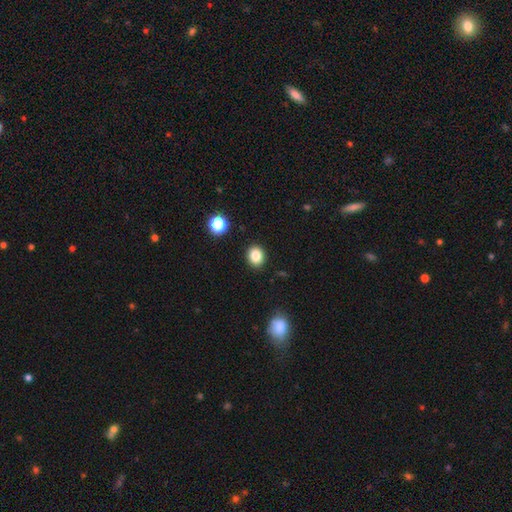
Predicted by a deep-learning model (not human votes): smooth_or_featured: smooth (p=0.84) [alt: star or artifact p=0.11]
how_rounded: round (p=0.61) [alt: in between p=0.38]
merging: none (p=0.90) [alt: minor disturbance p=0.07]